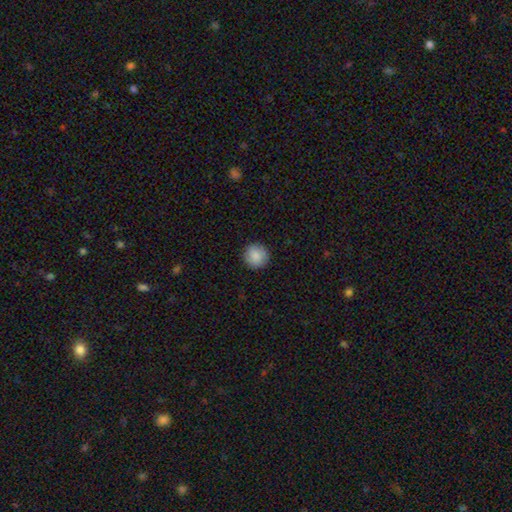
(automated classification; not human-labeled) Smooth or featured? smooth (88%)
How rounded? round (94%)
Merging? none (91%)